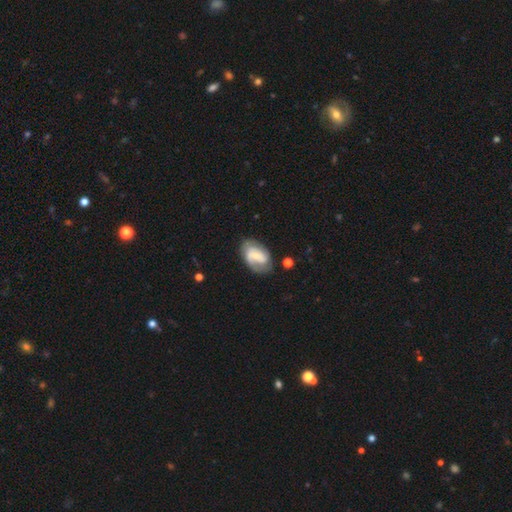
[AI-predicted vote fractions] Overall: featured or disk (65%; smooth 28%). Edge-on disk: no (97%). Bar: weak (44%; no 38%). Spiral arms: yes (85%). Spiral arm count: 2 (66%). Spiral winding: medium (42%; tight 38%). Bulge size: small (58%; moderate 28%). Merging: none (66%).